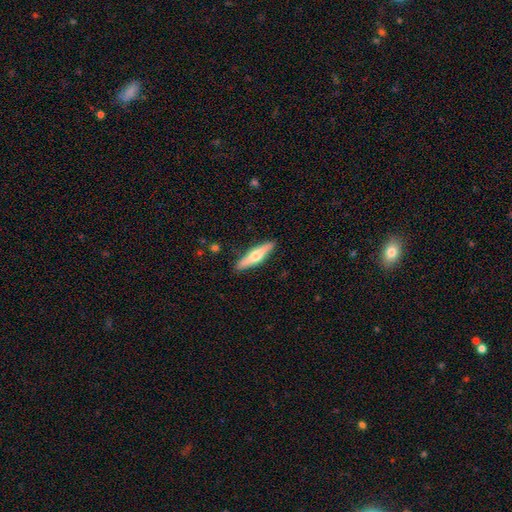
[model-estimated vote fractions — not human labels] Smooth or featured?
  - featured or disk: 50% *
  - smooth: 45%
  - star or artifact: 5%
Merging?
  - none: 89% *
  - minor disturbance: 8%
  - major disturbance: 2%
  - merger: 1%